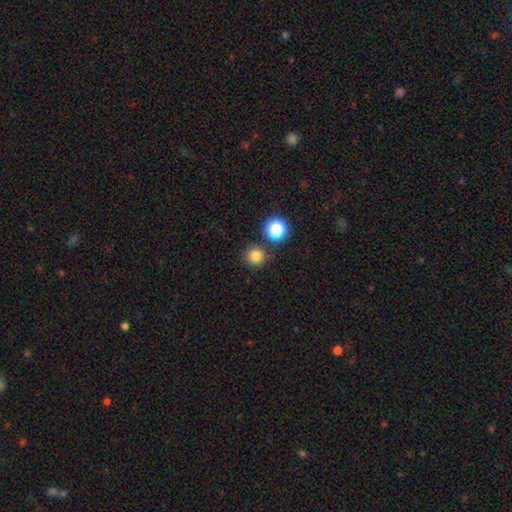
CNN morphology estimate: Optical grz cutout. It shows a smooth galaxy with no disk features (79%) that is round (94%). Merging: none (84%).